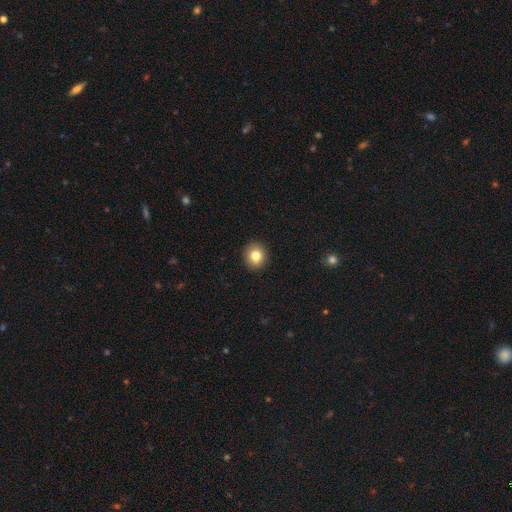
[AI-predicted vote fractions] Smooth or featured?
  - smooth: 82% *
  - star or artifact: 10%
  - featured or disk: 8%
How rounded?
  - round: 83% *
  - in between: 16%
  - cigar-shaped: 1%
Merging?
  - none: 92% *
  - minor disturbance: 6%
  - major disturbance: 2%
  - merger: 1%